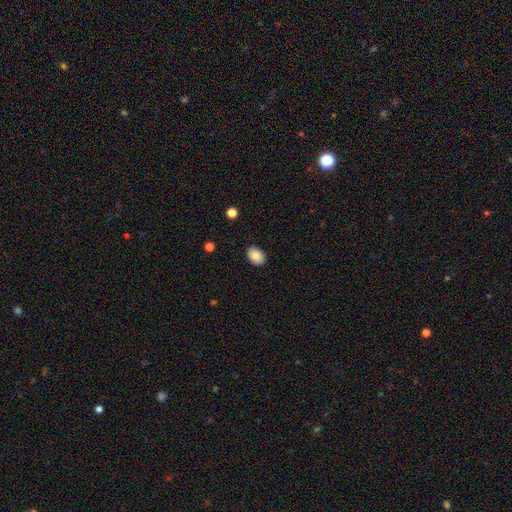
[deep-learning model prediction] This is clearly a smooth galaxy (86%). How rounded: likely in between (79%). Merging: clearly none (88%).